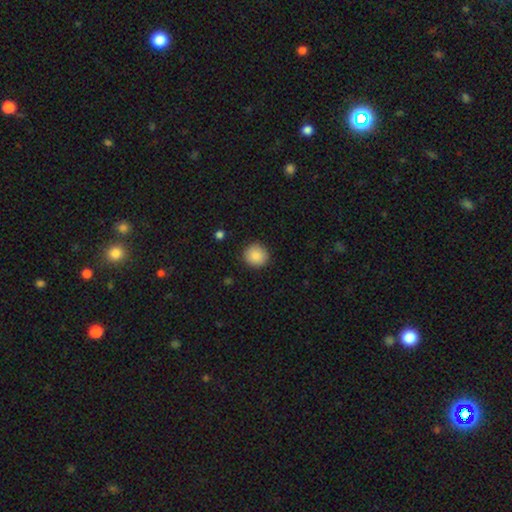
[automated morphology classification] Smooth or featured: smooth — 88% (star or artifact — 8%)
How rounded: round — 92% (in between — 7%)
Merging: none — 90% (minor disturbance — 7%)